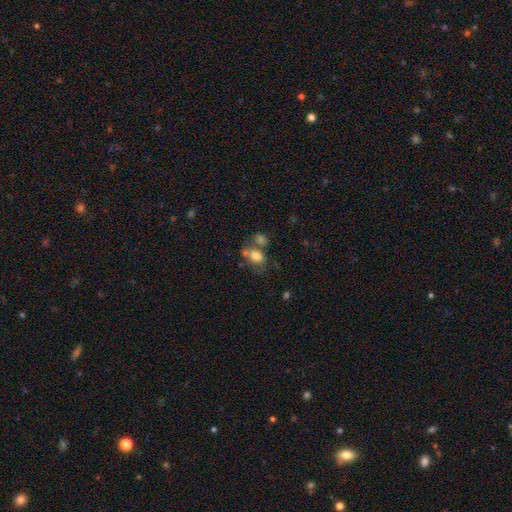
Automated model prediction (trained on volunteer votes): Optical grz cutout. It shows a smooth galaxy with no disk features (73%) that is in between round and cigar-shaped (60%). Merging: none (36%, tied with merger).